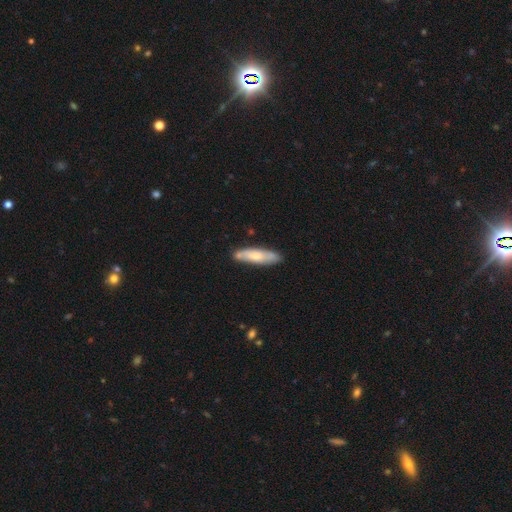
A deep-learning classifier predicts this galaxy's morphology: Overall: smooth (64%; featured or disk 31%). How rounded: cigar-shaped (70%). Merging: none (81%).